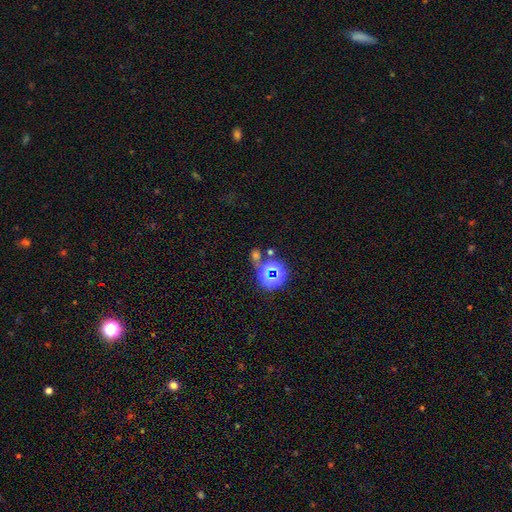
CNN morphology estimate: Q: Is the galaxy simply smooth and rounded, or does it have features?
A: star or artifact — 59%.